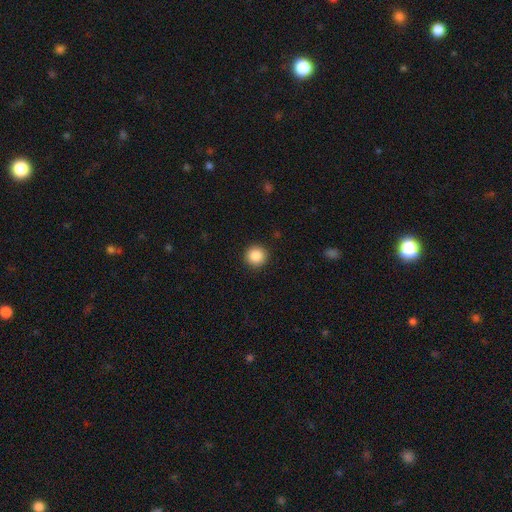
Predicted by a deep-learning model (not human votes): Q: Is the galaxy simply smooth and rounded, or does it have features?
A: smooth — 88%.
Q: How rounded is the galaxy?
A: round — 95%.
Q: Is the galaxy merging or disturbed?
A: none — 92%.